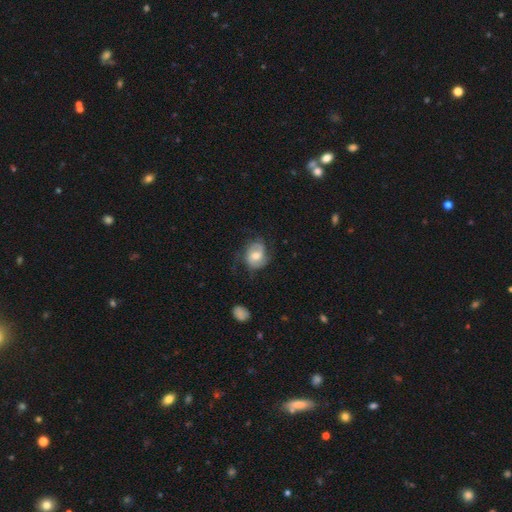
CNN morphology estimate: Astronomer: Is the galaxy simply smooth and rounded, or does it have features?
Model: featured or disk — 58% (runner-up: smooth, 35%).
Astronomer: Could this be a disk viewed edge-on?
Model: no — 97%.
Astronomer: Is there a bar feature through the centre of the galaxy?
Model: no — 55% (runner-up: weak, 36%).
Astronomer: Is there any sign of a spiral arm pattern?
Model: yes — 85%.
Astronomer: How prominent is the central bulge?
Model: moderate — 67%.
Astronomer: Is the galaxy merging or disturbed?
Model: none — 58%.